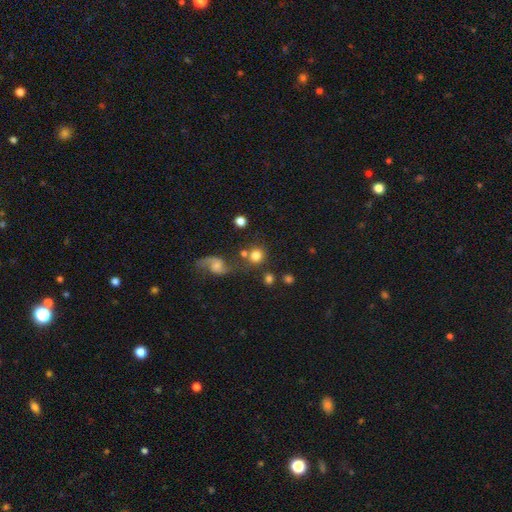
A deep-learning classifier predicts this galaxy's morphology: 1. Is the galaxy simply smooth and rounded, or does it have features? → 76% smooth, 14% featured or disk, 10% star or artifact.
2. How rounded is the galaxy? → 90% round, 9% in between, 1% cigar-shaped.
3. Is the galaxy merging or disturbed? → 67% none, 17% merger, 11% minor disturbance, 5% major disturbance.